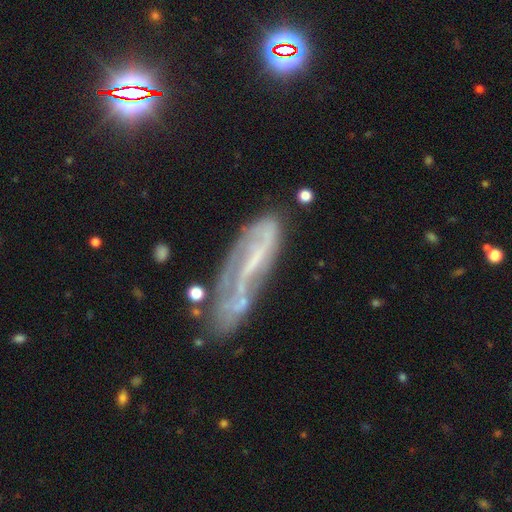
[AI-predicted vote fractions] This is likely a featured or disk galaxy (72%). It is likely not viewed edge-on (78%). Bar: marginally strong (36%). Spiral arm pattern: likely yes (74%). Central bulge: possibly none (50%). Merging: possibly none (48%).